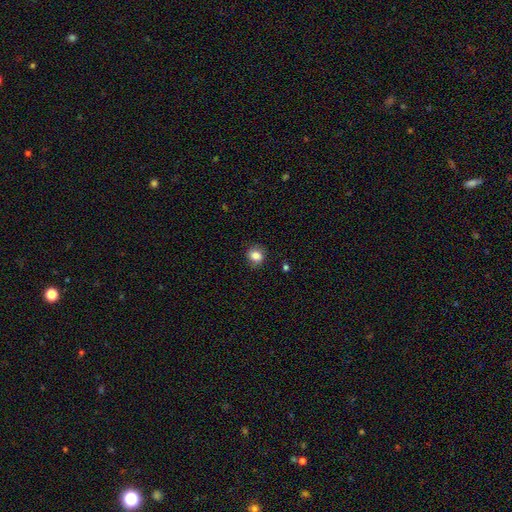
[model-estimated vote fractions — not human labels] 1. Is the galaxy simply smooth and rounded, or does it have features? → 82% smooth, 10% star or artifact, 8% featured or disk.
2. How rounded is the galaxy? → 75% round, 24% in between, 1% cigar-shaped.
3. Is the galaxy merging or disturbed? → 81% none, 15% minor disturbance, 4% major disturbance, 1% merger.